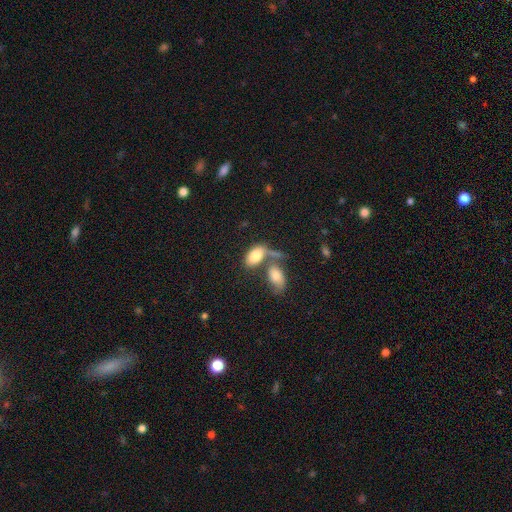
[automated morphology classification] A smooth galaxy with no disk features (78%) that is in between round and cigar-shaped (92%).

Vote fractions:
- Smooth or featured? smooth: 78% / featured or disk: 16% / star or artifact: 7%
- How rounded? in between: 92% / round: 5% / cigar-shaped: 3%
- Merging? merger: 51% / none: 30% / minor disturbance: 11% / major disturbance: 8%